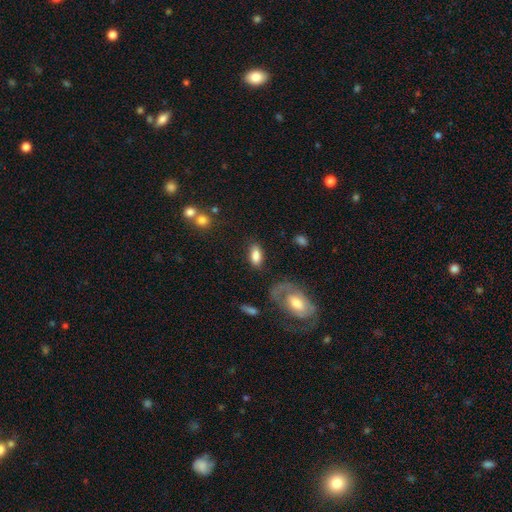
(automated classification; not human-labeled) smooth_or_featured: smooth (p=0.83) [alt: featured or disk p=0.09]
how_rounded: in between (p=0.90) [alt: cigar-shaped p=0.06]
merging: none (p=0.77) [alt: minor disturbance p=0.13]